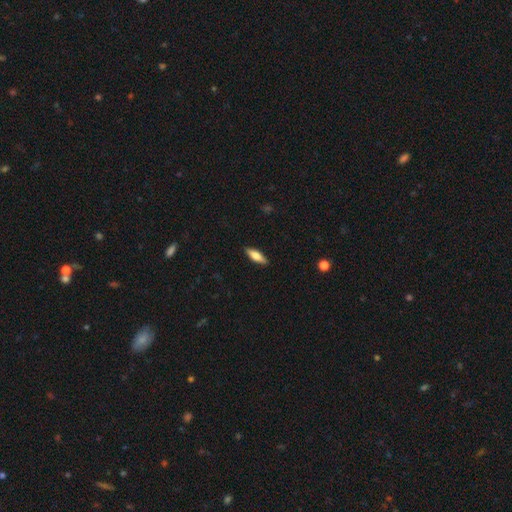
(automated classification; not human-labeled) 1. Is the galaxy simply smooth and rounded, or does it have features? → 66% smooth, 28% featured or disk, 6% star or artifact.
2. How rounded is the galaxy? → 50% cigar-shaped, 48% in between, 2% round.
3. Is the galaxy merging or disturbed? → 89% none, 9% minor disturbance, 2% major disturbance, 1% merger.